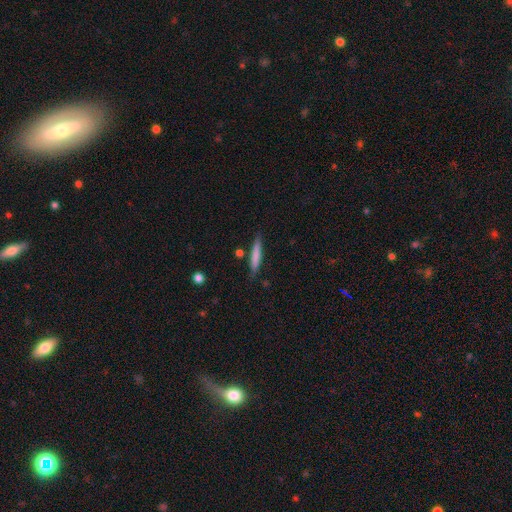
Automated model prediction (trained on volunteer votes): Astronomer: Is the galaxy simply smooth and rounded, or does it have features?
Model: smooth — 73%.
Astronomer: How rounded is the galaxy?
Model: cigar-shaped — 92%.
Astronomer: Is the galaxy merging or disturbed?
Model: none — 83%.